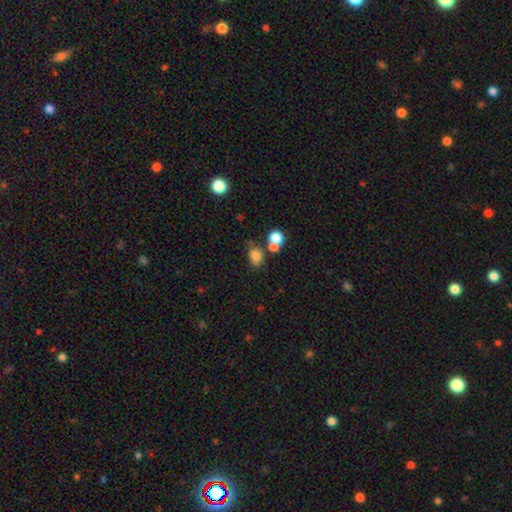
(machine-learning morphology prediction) Smooth or featured? Predicted: smooth (p=0.78). How rounded? Predicted: in between (p=0.55). Merging? Predicted: none (p=0.50).